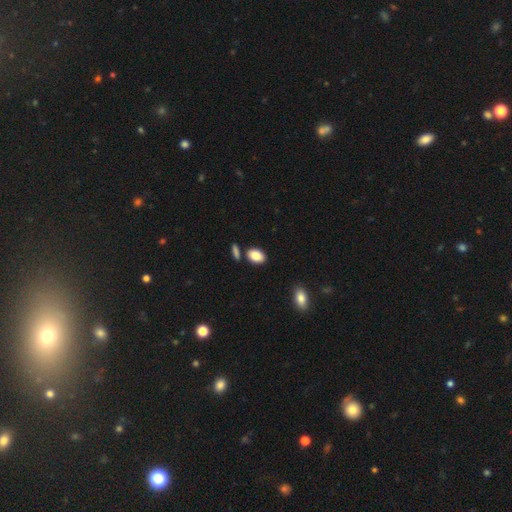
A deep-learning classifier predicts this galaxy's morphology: smooth 85%, featured or disk 8%, star or artifact 7%. Down the decision tree: how rounded — in between (87%); merging — none (79%).